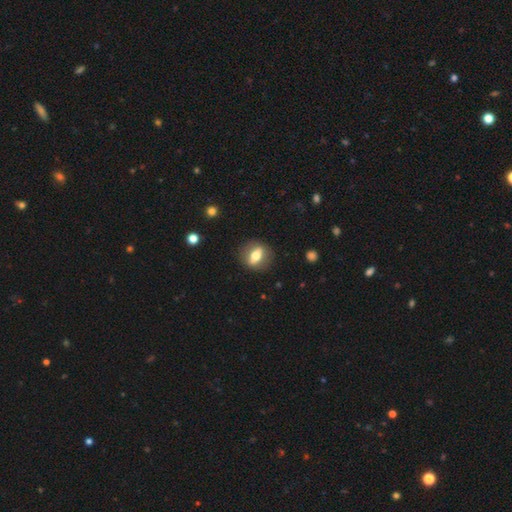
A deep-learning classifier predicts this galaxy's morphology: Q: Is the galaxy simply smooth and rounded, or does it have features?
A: smooth — 49%.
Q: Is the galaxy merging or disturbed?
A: none — 86%.